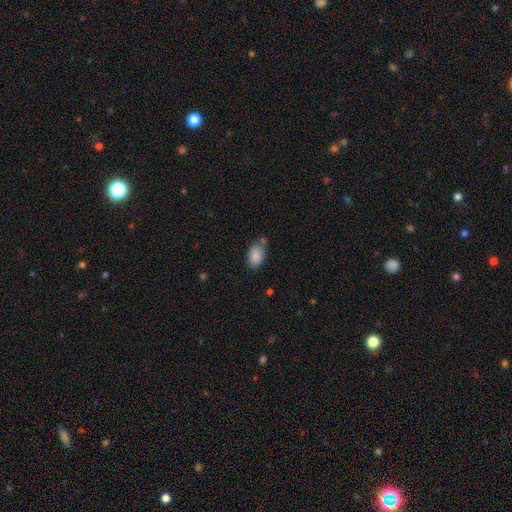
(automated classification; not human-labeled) A smooth galaxy with no disk features (86%) that is in between round and cigar-shaped (89%).

Vote fractions:
- Smooth or featured? smooth: 86% / star or artifact: 8% / featured or disk: 6%
- How rounded? in between: 89% / round: 9% / cigar-shaped: 1%
- Merging? none: 57% / minor disturbance: 23% / merger: 13% / major disturbance: 6%